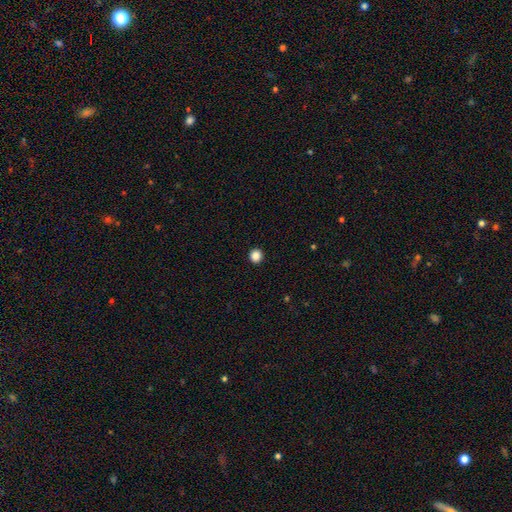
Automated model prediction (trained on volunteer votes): smooth 86%, star or artifact 11%, featured or disk 3%. Down the decision tree: how rounded — round (93%); merging — none (94%).